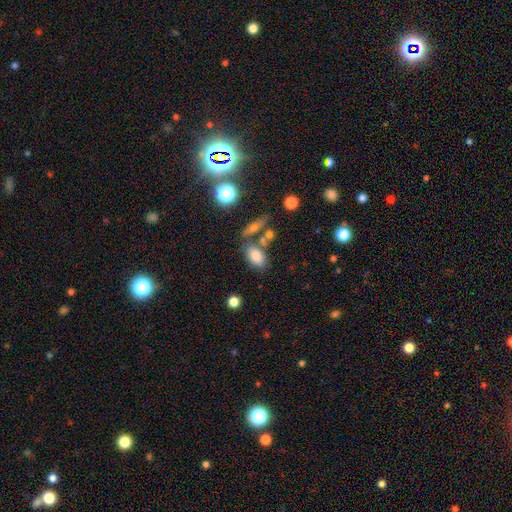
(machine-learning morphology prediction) The model was most divided on "merging": none: 59%, merger: 20%, minor disturbance: 15%, major disturbance: 6%. More confident: how rounded — in between (87%); smooth or featured — smooth (80%).